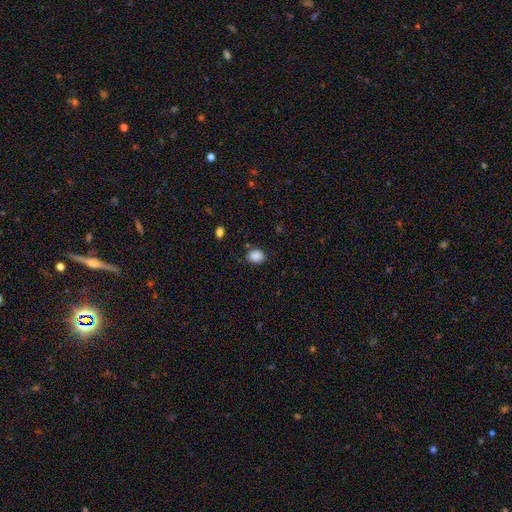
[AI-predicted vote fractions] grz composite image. It shows a smooth galaxy with no disk features (88%) that is in between round and cigar-shaped (53%). Merging: none (83%).